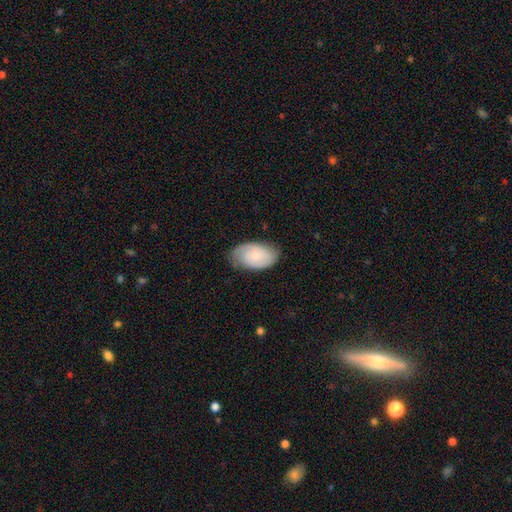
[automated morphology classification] A smooth galaxy with no disk features (56%) that is in between round and cigar-shaped (93%). Merging: none (70%).